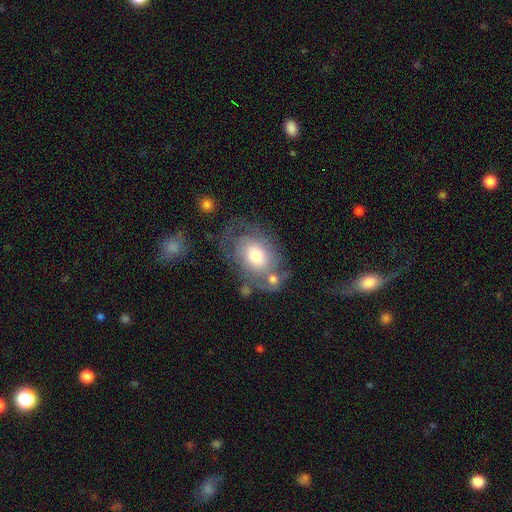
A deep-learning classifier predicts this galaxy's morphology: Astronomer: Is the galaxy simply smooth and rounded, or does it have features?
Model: smooth — 47% (runner-up: featured or disk, 46%).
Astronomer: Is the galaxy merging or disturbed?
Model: none — 48%.